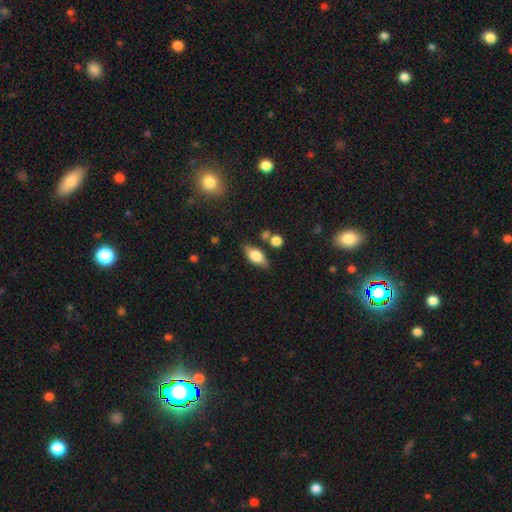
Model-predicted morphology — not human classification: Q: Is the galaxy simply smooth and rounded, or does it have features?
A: smooth — 62%.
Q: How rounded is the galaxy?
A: in between — 79%.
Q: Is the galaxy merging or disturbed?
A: none — 77%.